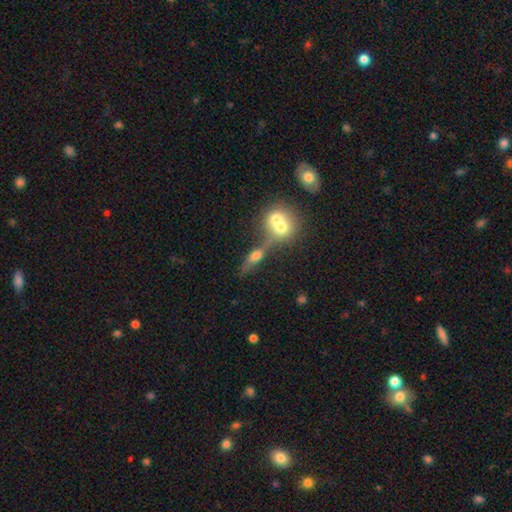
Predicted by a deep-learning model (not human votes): Overall: featured or disk (46%; smooth 43%). Merging: none (43%; merger 37%).